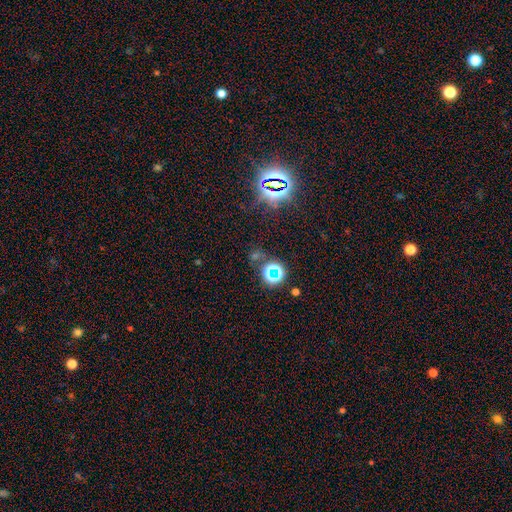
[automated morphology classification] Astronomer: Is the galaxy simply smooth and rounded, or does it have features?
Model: star or artifact — 68%.